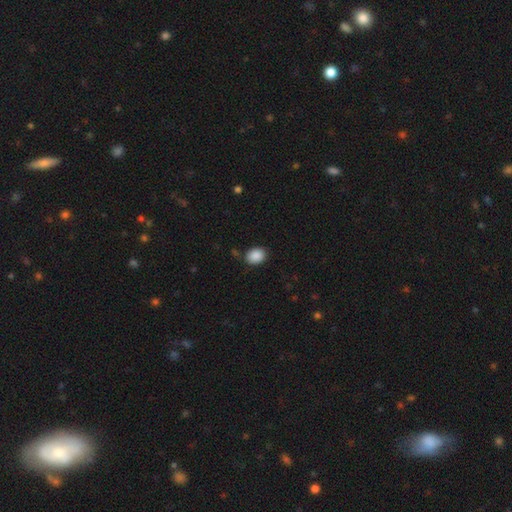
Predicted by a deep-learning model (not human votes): Smooth or featured: smooth — 89% (star or artifact — 8%)
How rounded: in between — 57% (round — 42%)
Merging: none — 84% (minor disturbance — 11%)